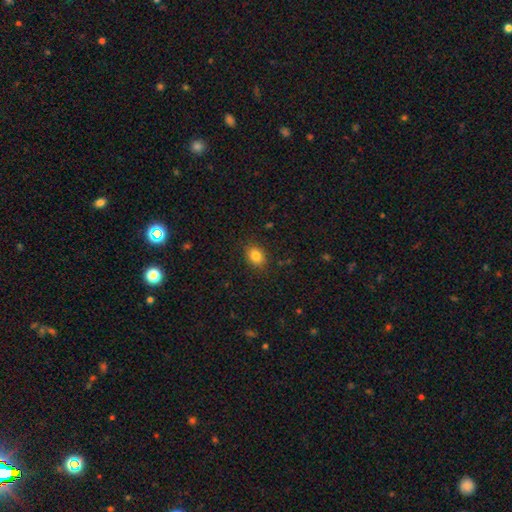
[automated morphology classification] Q: Smooth or featured?
A: smooth (83%); runner-up: star or artifact (10%)
Q: How rounded?
A: in between (57%); runner-up: round (42%)
Q: Merging?
A: none (87%); runner-up: minor disturbance (10%)